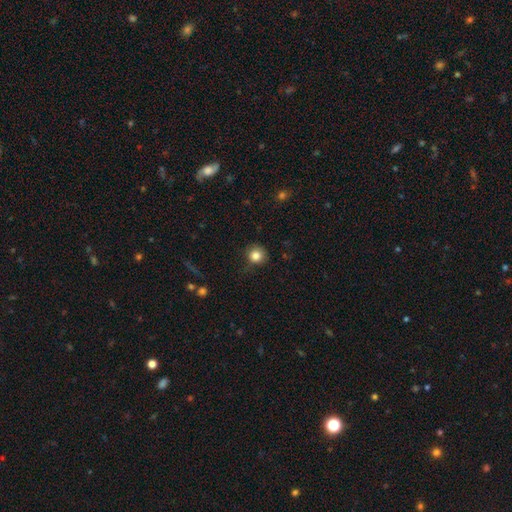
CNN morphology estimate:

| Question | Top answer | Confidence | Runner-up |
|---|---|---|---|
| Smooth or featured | smooth | 83% | star or artifact (11%) |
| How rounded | round | 91% | in between (8%) |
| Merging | none | 78% | minor disturbance (17%) |